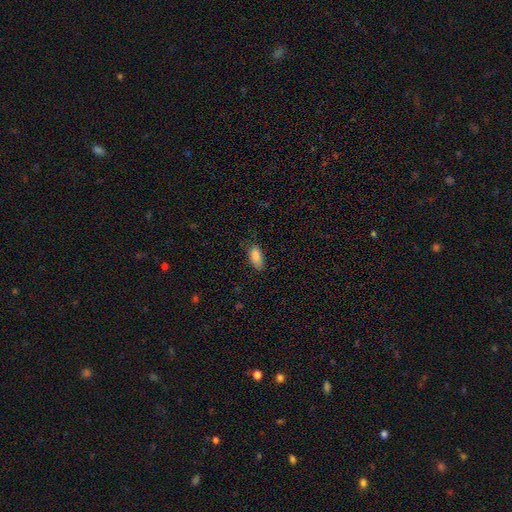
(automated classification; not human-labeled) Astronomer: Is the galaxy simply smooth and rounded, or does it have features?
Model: smooth — 85%.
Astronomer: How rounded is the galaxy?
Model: in between — 87%.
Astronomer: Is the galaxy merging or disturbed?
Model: none — 67%.